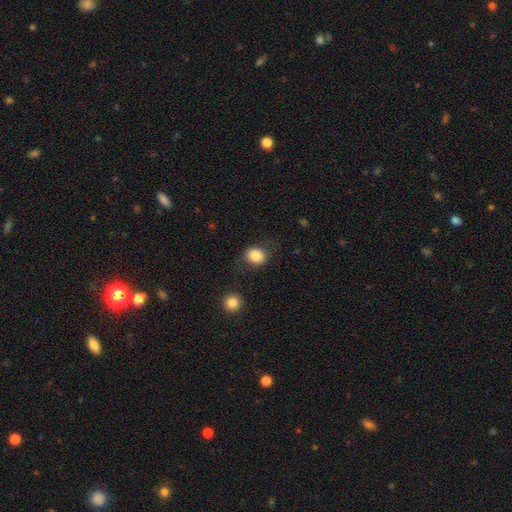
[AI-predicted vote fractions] smooth-or-featured: smooth: 83% | star or artifact: 9% | featured or disk: 7%
  how-rounded: round: 61% | in between: 38% | cigar-shaped: 1%
  merging: none: 79% | minor disturbance: 13% | major disturbance: 5% | merger: 3%